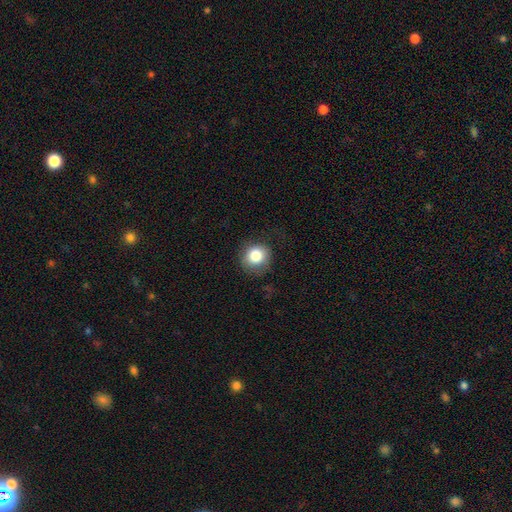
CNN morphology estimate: Smooth or featured? smooth (83%)
How rounded? round (86%)
Merging? none (76%)